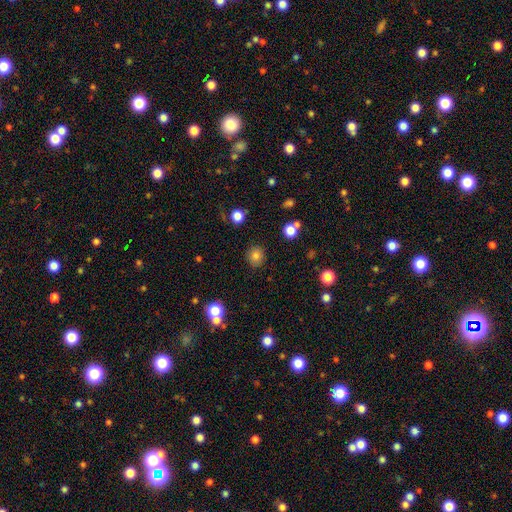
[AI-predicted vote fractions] Smooth or featured: smooth — 81% (star or artifact — 13%)
How rounded: round — 83% (in between — 17%)
Merging: none — 87% (minor disturbance — 8%)